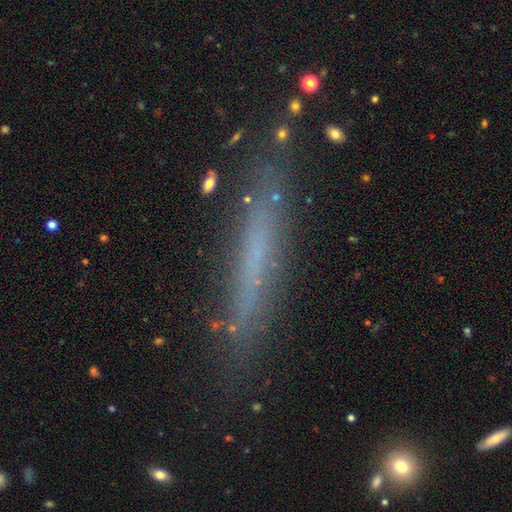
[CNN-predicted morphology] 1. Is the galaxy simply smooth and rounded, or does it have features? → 48% featured or disk, 40% smooth, 12% star or artifact.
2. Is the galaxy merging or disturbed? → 76% none, 17% minor disturbance, 5% major disturbance, 2% merger.